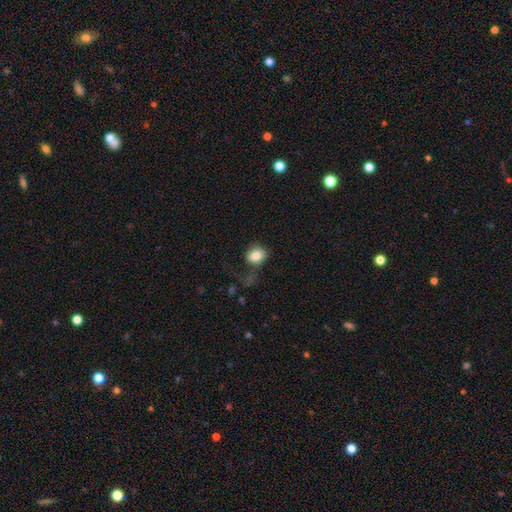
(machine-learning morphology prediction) smooth_or_featured: smooth (p=0.84) [alt: star or artifact p=0.09]
how_rounded: round (p=0.51) [alt: in between p=0.48]
merging: none (p=0.50) [alt: major disturbance p=0.24]